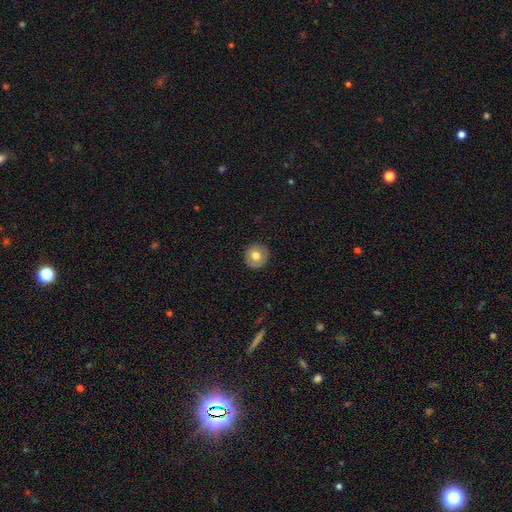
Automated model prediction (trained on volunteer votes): Smooth or featured?
  - smooth: 74% *
  - featured or disk: 18%
  - star or artifact: 8%
How rounded?
  - round: 94% *
  - in between: 5%
  - cigar-shaped: 1%
Merging?
  - none: 90% *
  - minor disturbance: 7%
  - major disturbance: 2%
  - merger: 1%